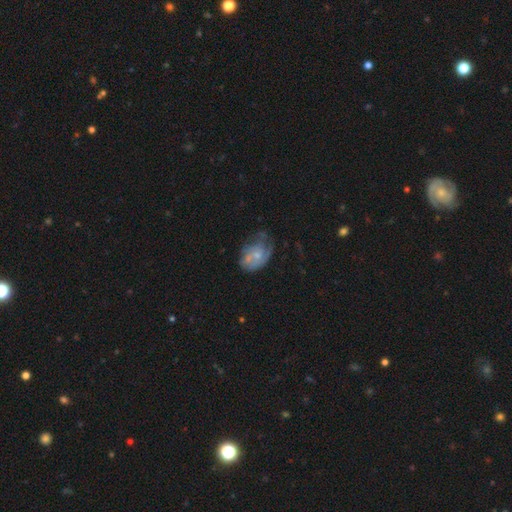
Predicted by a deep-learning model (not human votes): This appears to be a featured or disk galaxy (56%) with no bar (76%), spiral arms (66%) and a small central bulge (48%). Merging: none (41%).